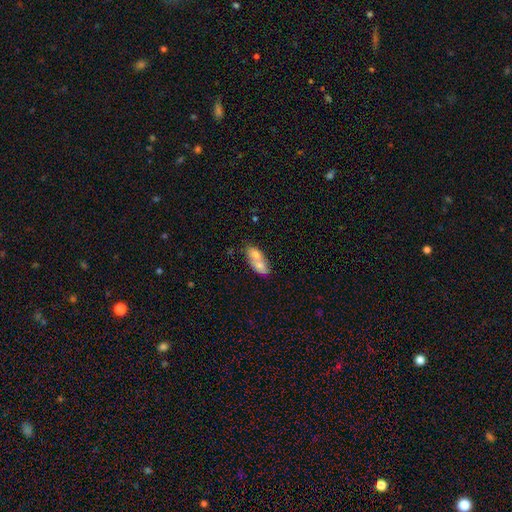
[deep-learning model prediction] Q: Smooth or featured?
A: smooth (63%); runner-up: featured or disk (28%)
Q: How rounded?
A: in between (77%); runner-up: cigar-shaped (15%)
Q: Merging?
A: merger (56%); runner-up: none (29%)